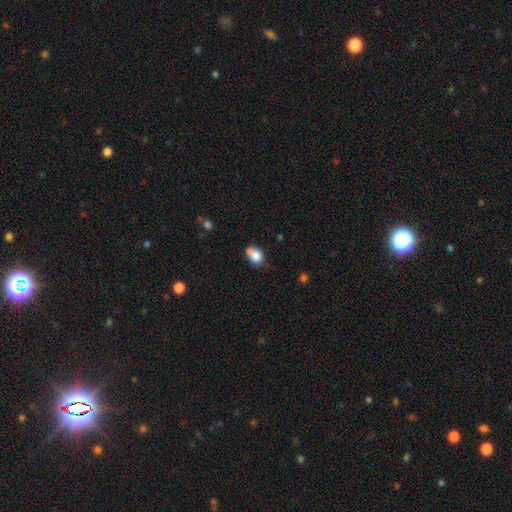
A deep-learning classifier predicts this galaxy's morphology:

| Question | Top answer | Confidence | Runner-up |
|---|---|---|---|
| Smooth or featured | smooth | 79% | featured or disk (11%) |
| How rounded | in between | 55% | round (44%) |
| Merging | none | 42% | merger (36%) |